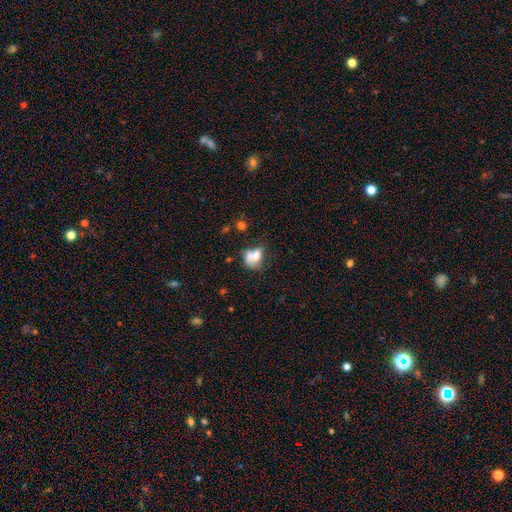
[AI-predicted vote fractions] A smooth galaxy with no disk features (64%) that is in between round and cigar-shaped (63%).

Vote fractions:
- Smooth or featured? smooth: 64% / featured or disk: 25% / star or artifact: 11%
- How rounded? in between: 63% / round: 36% / cigar-shaped: 2%
- Merging? merger: 53% / none: 21% / minor disturbance: 14% / major disturbance: 13%